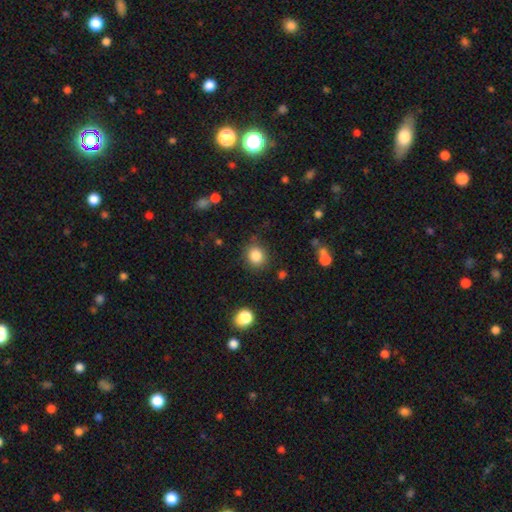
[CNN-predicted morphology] smooth 85%, star or artifact 10%, featured or disk 5%. Down the decision tree: how rounded — round (81%); merging — none (84%).